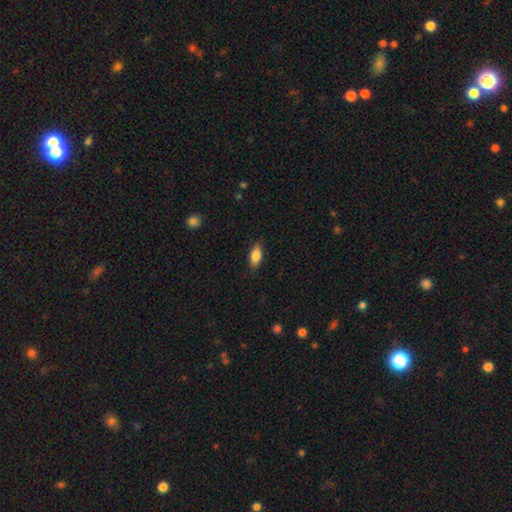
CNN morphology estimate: This is clearly a smooth galaxy (83%). How rounded: clearly in between (86%). Merging: clearly none (86%).